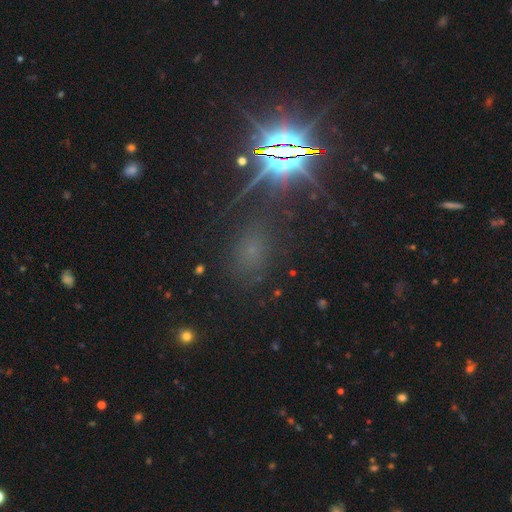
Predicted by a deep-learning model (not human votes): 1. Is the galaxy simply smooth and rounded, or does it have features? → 61% star or artifact, 22% smooth, 16% featured or disk.